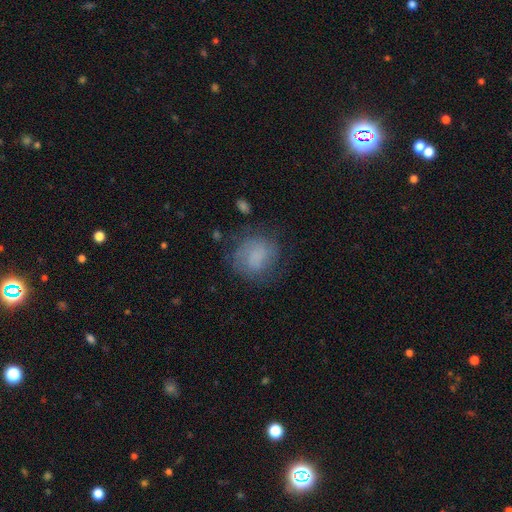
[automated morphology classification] This is likely a smooth galaxy (63%). How rounded: likely round (74%). Merging: likely none (64%).